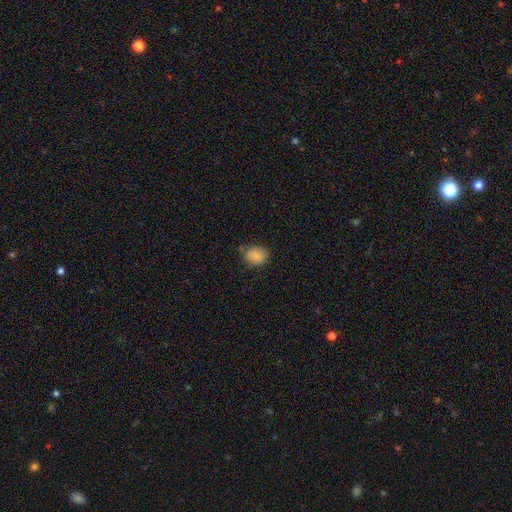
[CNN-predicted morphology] A smooth galaxy with no disk features (85%) that is round (51%). Merging: none (68%).